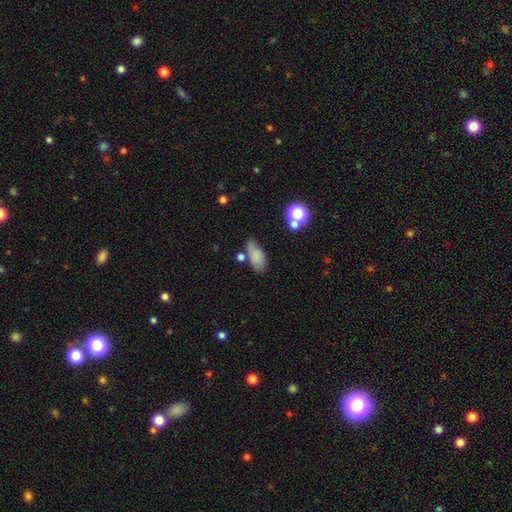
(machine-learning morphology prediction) Q: Smooth or featured?
A: smooth (74%); runner-up: featured or disk (16%)
Q: How rounded?
A: in between (85%); runner-up: cigar-shaped (10%)
Q: Merging?
A: none (55%); runner-up: minor disturbance (24%)